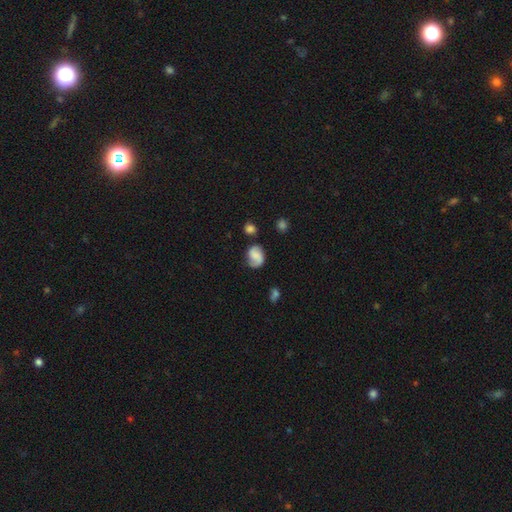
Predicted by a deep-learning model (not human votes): Smooth or featured?
  - smooth: 46% *
  - featured or disk: 45%
  - star or artifact: 9%
Merging?
  - none: 62% *
  - minor disturbance: 24%
  - major disturbance: 10%
  - merger: 4%